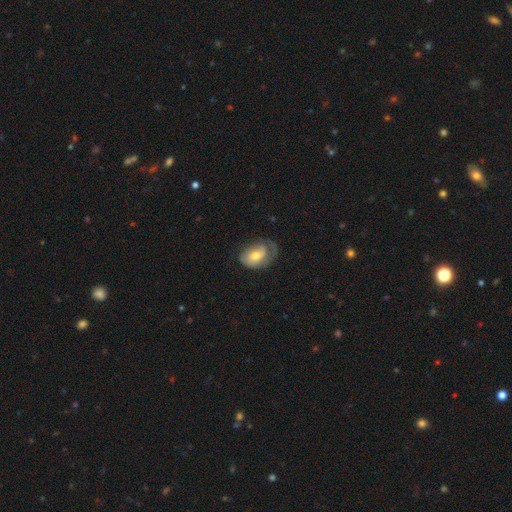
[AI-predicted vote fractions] Smooth or featured: featured or disk — 52% (smooth — 42%)
Edge-on disk: no — 95% (yes — 5%)
Merging: none — 45% (minor disturbance — 29%)